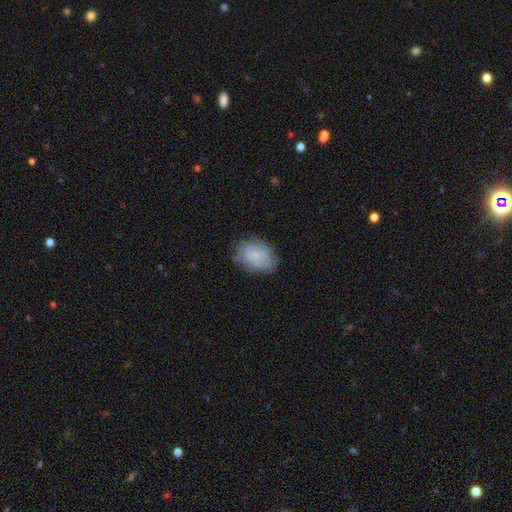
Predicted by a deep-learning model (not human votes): Q: Smooth or featured?
A: smooth (79%); runner-up: featured or disk (14%)
Q: How rounded?
A: in between (74%); runner-up: round (25%)
Q: Merging?
A: none (76%); runner-up: minor disturbance (18%)